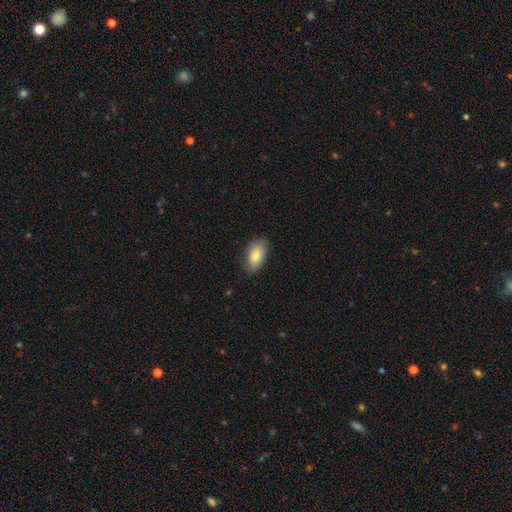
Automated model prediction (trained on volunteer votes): smooth-or-featured: smooth: 82% | featured or disk: 11% | star or artifact: 7%
  how-rounded: in between: 93% | round: 5% | cigar-shaped: 3%
  merging: none: 81% | minor disturbance: 15% | major disturbance: 3% | merger: 1%